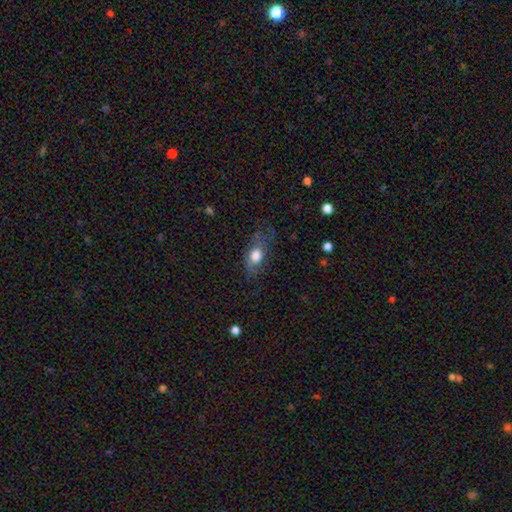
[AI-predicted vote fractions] Smooth or featured? Predicted: smooth (p=0.73). How rounded? Predicted: in between (p=0.77). Merging? Predicted: none (p=0.62).